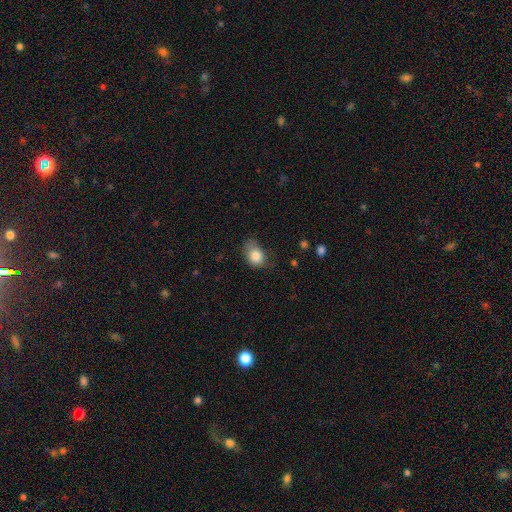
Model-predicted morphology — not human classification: smooth_or_featured: smooth (p=0.83) [alt: star or artifact p=0.09]
how_rounded: in between (p=0.64) [alt: round p=0.35]
merging: none (p=0.51) [alt: minor disturbance p=0.35]